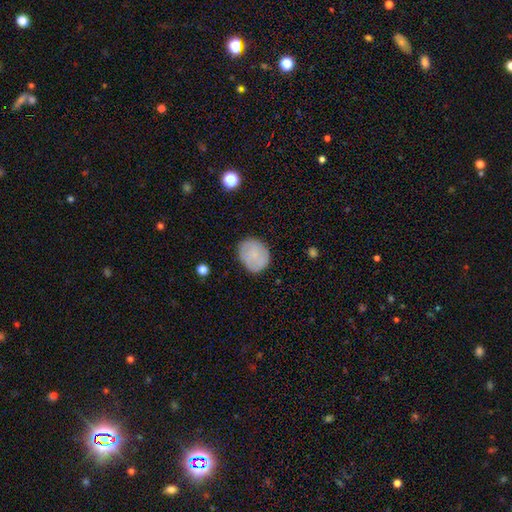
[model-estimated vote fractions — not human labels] Smooth or featured? Predicted: smooth (p=0.65). How rounded? Predicted: round (p=0.66). Merging? Predicted: none (p=0.80).